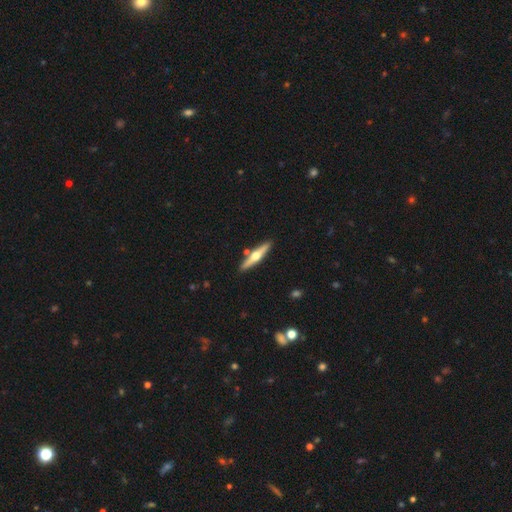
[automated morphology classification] The model was most divided on "smooth or featured": featured or disk: 64%, smooth: 31%, star or artifact: 5%. More confident: edge-on disk — yes (96%); edge-on bulge — rounded (95%); merging — none (86%).